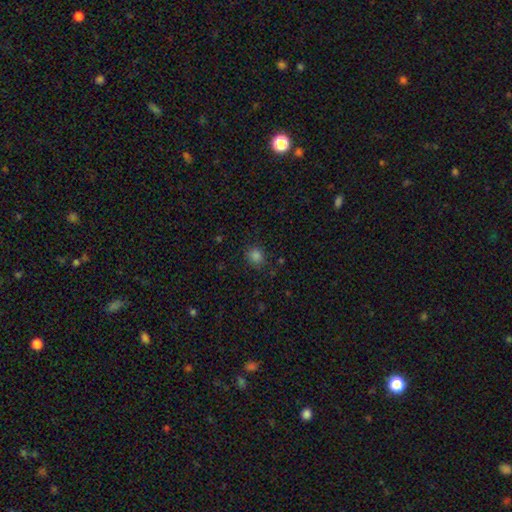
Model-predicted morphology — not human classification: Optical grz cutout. It shows a smooth galaxy with no disk features (82%) that is round (71%). Merging: none (84%).